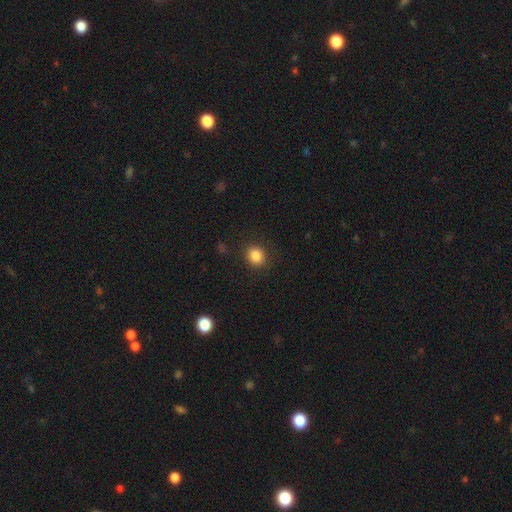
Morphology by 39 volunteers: smooth 85%, featured or disk 8%, star or artifact 8%. Down the decision tree: how rounded — round (79%); merging — none (81%).